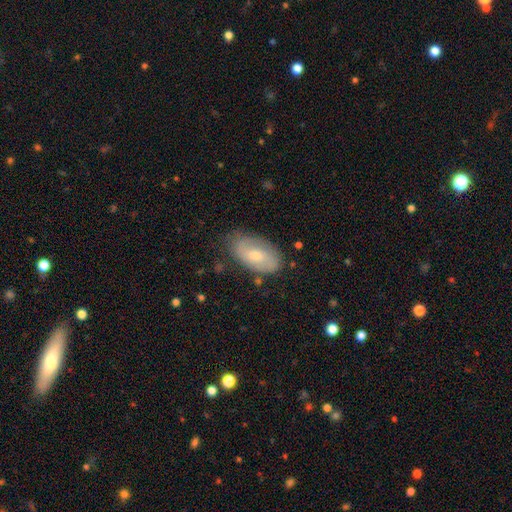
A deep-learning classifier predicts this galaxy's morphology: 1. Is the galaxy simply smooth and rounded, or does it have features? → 53% smooth, 40% featured or disk, 7% star or artifact.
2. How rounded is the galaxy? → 93% in between, 5% round, 2% cigar-shaped.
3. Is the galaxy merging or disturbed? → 71% none, 21% minor disturbance, 6% major disturbance, 2% merger.